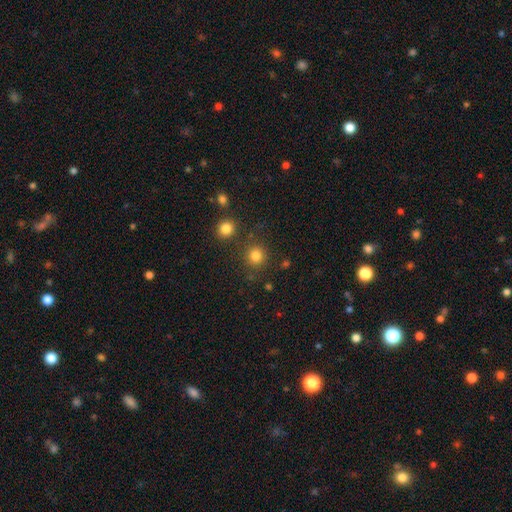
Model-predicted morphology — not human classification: Smooth or featured?
  - smooth: 82% *
  - star or artifact: 13%
  - featured or disk: 5%
How rounded?
  - round: 91% *
  - in between: 8%
  - cigar-shaped: 1%
Merging?
  - none: 83% *
  - minor disturbance: 8%
  - merger: 6%
  - major disturbance: 4%